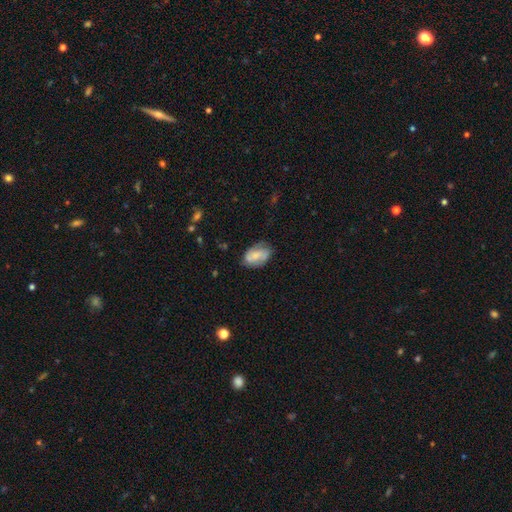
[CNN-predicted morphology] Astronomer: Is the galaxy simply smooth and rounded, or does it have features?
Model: smooth — 53% (runner-up: featured or disk, 39%).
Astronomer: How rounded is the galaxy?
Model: in between — 88%.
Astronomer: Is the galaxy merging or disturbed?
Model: none — 63%.